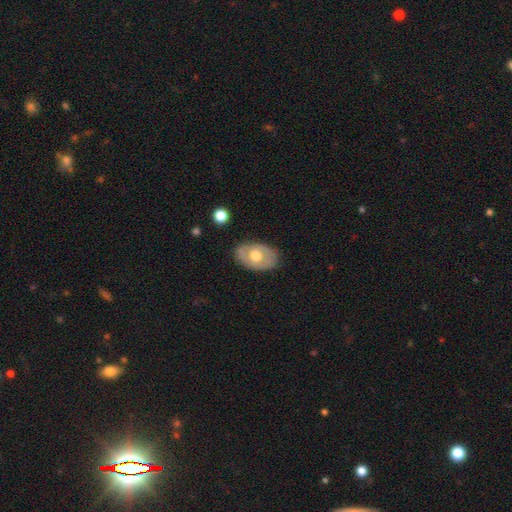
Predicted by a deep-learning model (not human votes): Overall: featured or disk (49%; smooth 46%). Merging: none (79%).